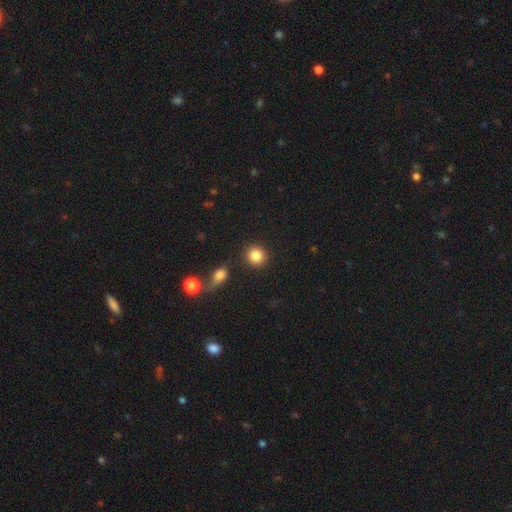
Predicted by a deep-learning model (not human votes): This is clearly a smooth galaxy (86%). How rounded: clearly round (88%). Merging: clearly none (83%).